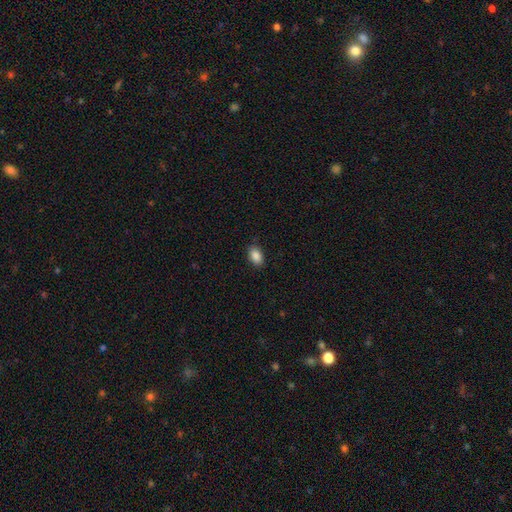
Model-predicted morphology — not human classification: Smooth or featured: smooth — 88% (star or artifact — 8%)
How rounded: in between — 89% (round — 10%)
Merging: none — 87% (minor disturbance — 10%)